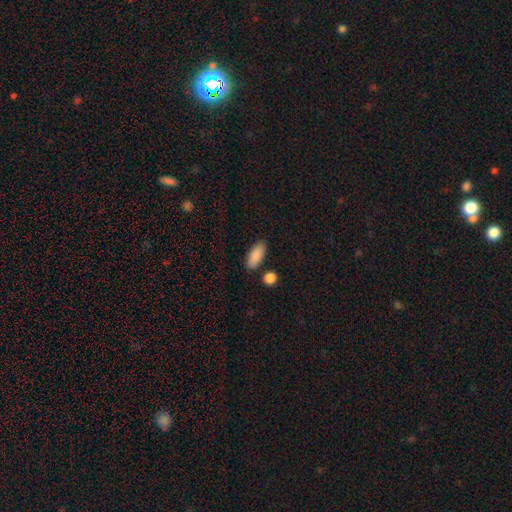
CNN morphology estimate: smooth 89%, star or artifact 6%, featured or disk 5%. Down the decision tree: how rounded — in between (83%); merging — none (82%).